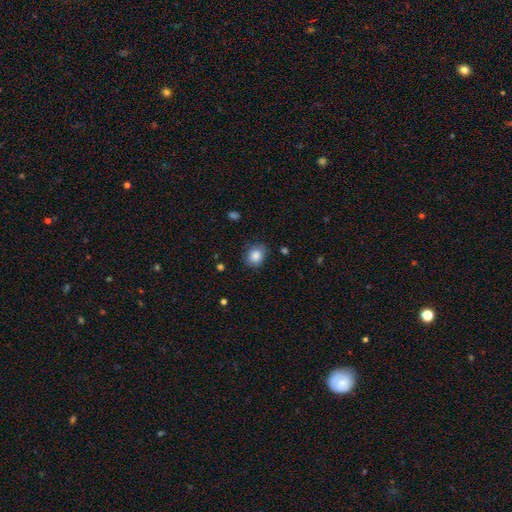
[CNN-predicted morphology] A smooth galaxy with no disk features (86%) that is round (59%). Merging: none (79%).